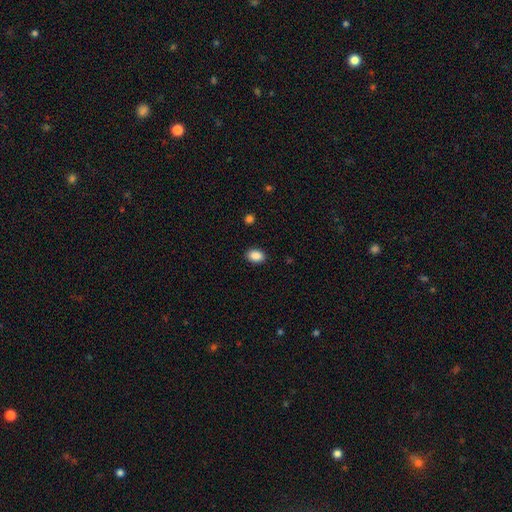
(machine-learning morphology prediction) type=smooth (89%); roundness=in between (80%); merging=none (89%).